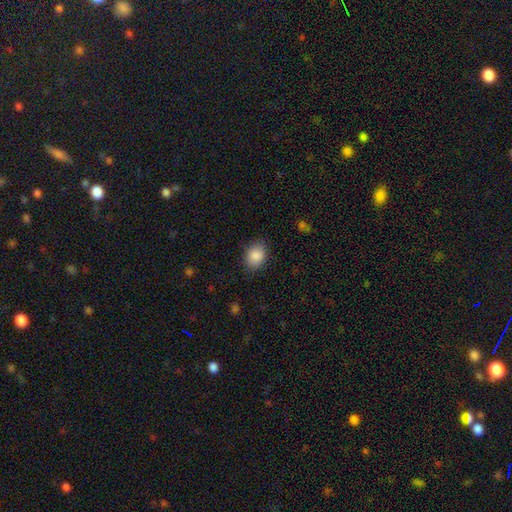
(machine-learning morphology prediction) smooth 88%, star or artifact 8%, featured or disk 5%. Down the decision tree: how rounded — in between (68%); merging — none (84%).